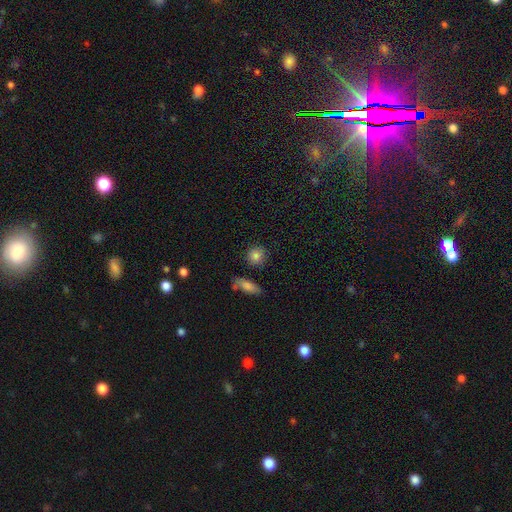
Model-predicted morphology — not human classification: type=smooth (82%); roundness=round (86%); merging=none (83%).